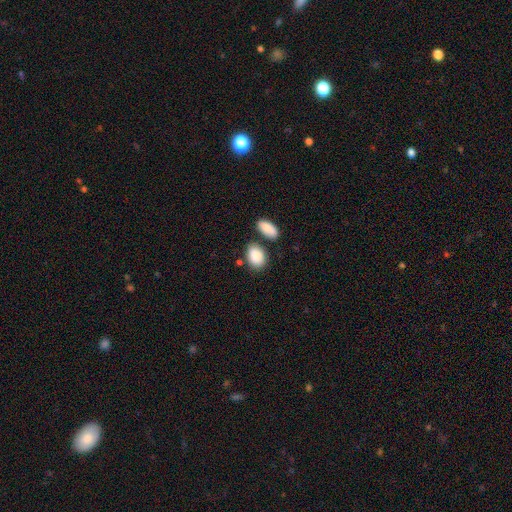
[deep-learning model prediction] A smooth galaxy with no disk features (89%) that is in between round and cigar-shaped (84%).

Vote fractions:
- Smooth or featured? smooth: 89% / star or artifact: 6% / featured or disk: 5%
- How rounded? in between: 84% / round: 15% / cigar-shaped: 1%
- Merging? none: 64% / merger: 17% / minor disturbance: 15% / major disturbance: 4%